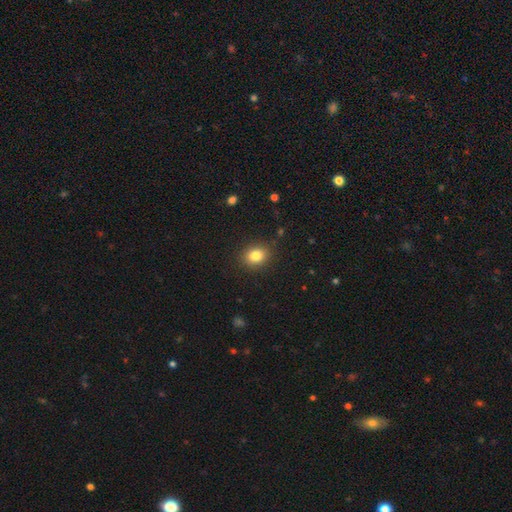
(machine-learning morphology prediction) This is clearly a smooth galaxy (83%). How rounded: possibly round (53%). Merging: clearly none (88%).